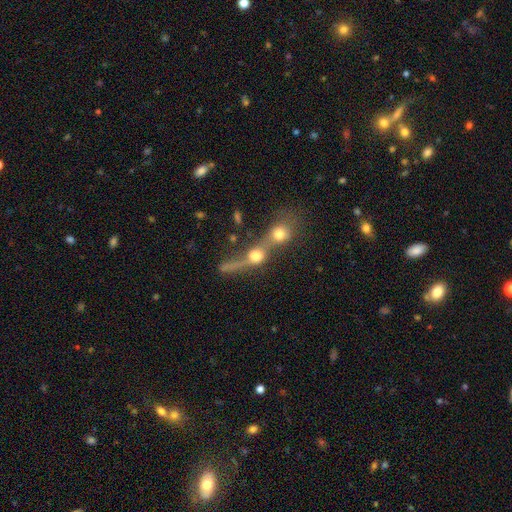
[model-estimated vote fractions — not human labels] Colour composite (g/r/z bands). It shows a smooth galaxy with no disk features (55%) that is round (60%). Merging: merger (72%).